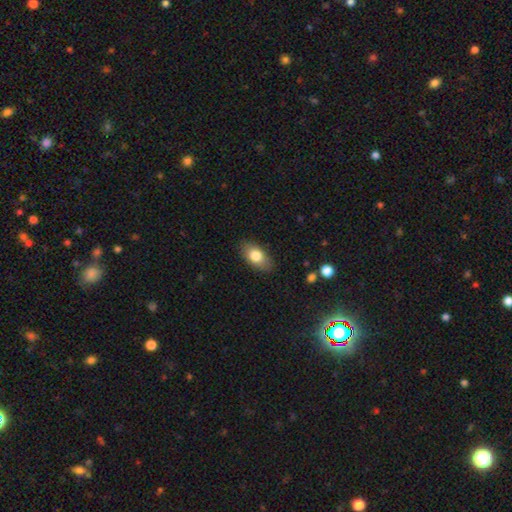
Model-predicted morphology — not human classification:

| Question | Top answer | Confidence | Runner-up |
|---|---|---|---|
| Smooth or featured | smooth | 79% | featured or disk (14%) |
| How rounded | in between | 91% | round (6%) |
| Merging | none | 85% | minor disturbance (11%) |